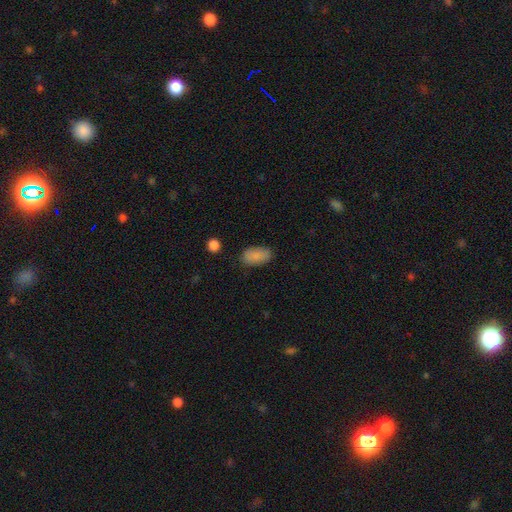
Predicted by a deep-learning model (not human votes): Smooth or featured?
  - smooth: 87% *
  - star or artifact: 7%
  - featured or disk: 5%
How rounded?
  - in between: 93% *
  - round: 5%
  - cigar-shaped: 3%
Merging?
  - none: 81% *
  - minor disturbance: 14%
  - major disturbance: 3%
  - merger: 2%